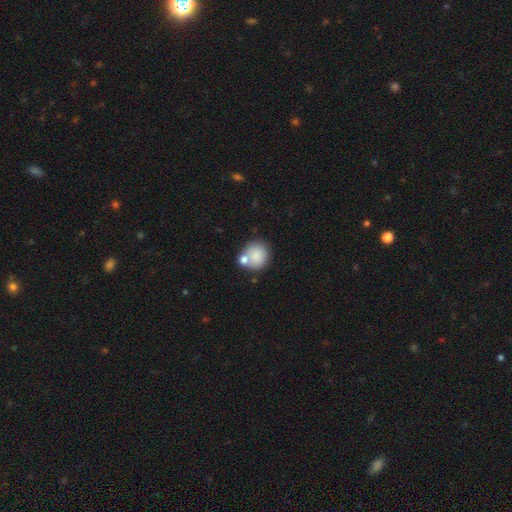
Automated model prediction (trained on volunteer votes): Overall: smooth (82%). How rounded: round (84%). Merging: none (59%; merger 26%).